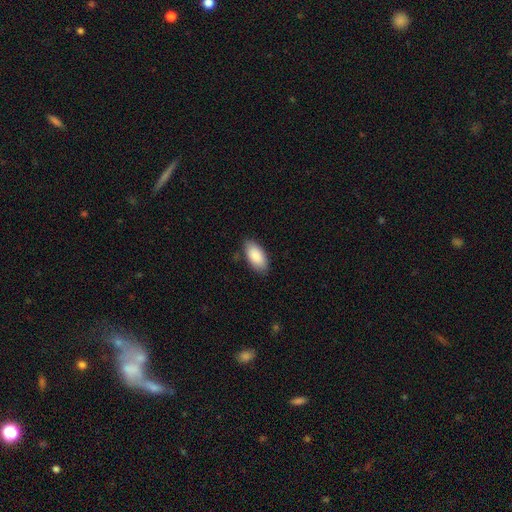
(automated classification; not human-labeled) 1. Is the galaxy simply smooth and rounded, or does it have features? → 88% smooth, 6% featured or disk, 6% star or artifact.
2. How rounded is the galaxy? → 94% in between, 4% cigar-shaped, 2% round.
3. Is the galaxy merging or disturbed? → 82% none, 14% minor disturbance, 3% major disturbance, 1% merger.